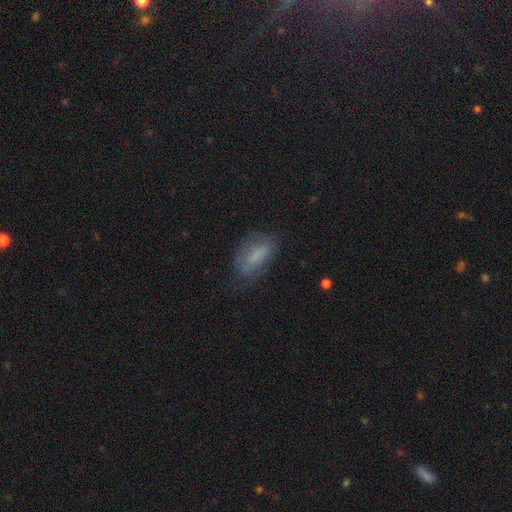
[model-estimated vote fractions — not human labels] Overall: smooth (66%). How rounded: in between (83%). Merging: none (58%; minor disturbance 27%).